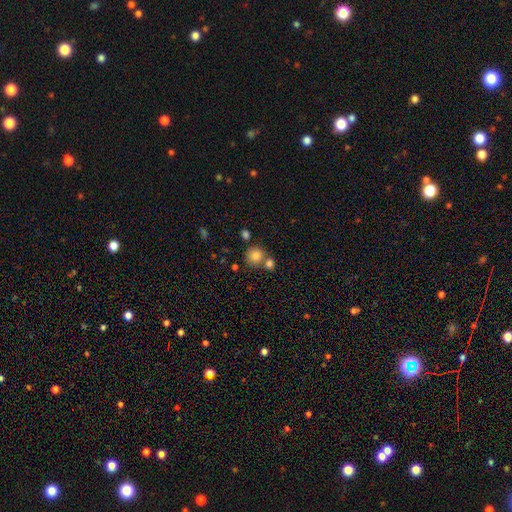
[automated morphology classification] This appears to be a smooth galaxy with no disk features (82%) that is round (88%). Merging: none (60%).